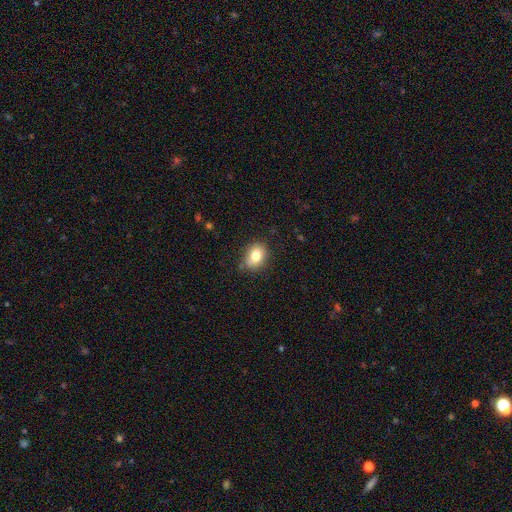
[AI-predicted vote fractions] Smooth or featured: smooth — 80% (featured or disk — 10%)
How rounded: in between — 61% (round — 38%)
Merging: none — 78% (minor disturbance — 17%)